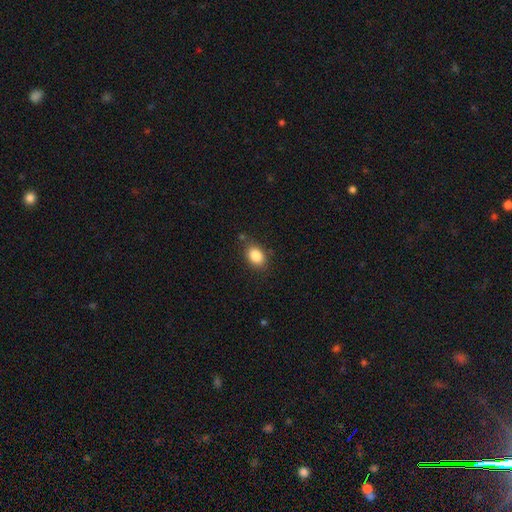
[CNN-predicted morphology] smooth_or_featured: smooth (p=0.86) [alt: star or artifact p=0.08]
how_rounded: in between (p=0.77) [alt: round p=0.22]
merging: none (p=0.80) [alt: minor disturbance p=0.14]